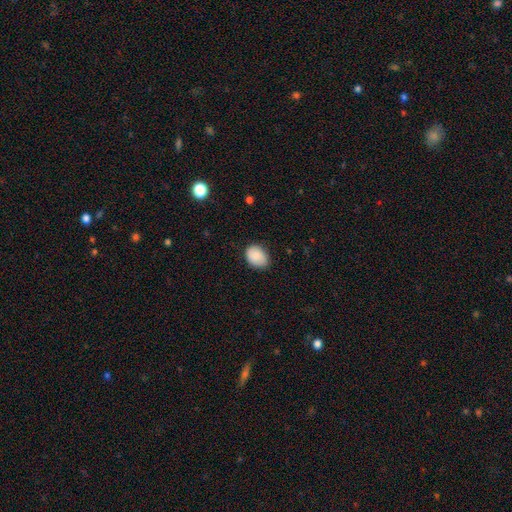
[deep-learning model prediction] Smooth or featured? Predicted: smooth (p=0.88). How rounded? Predicted: in between (p=0.69). Merging? Predicted: none (p=0.75).